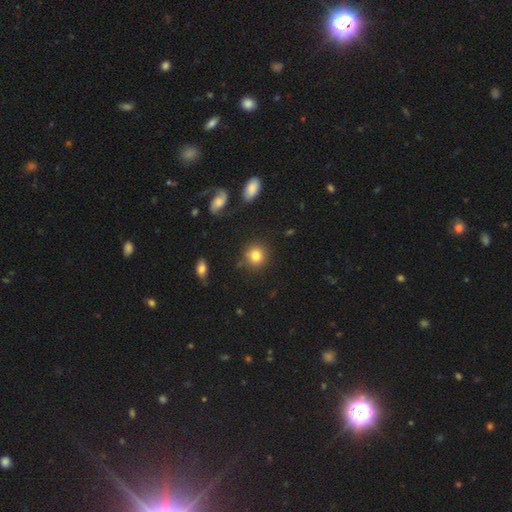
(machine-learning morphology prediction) This appears to be a smooth galaxy with no disk features (82%) that is round (89%). Merging: none (85%).